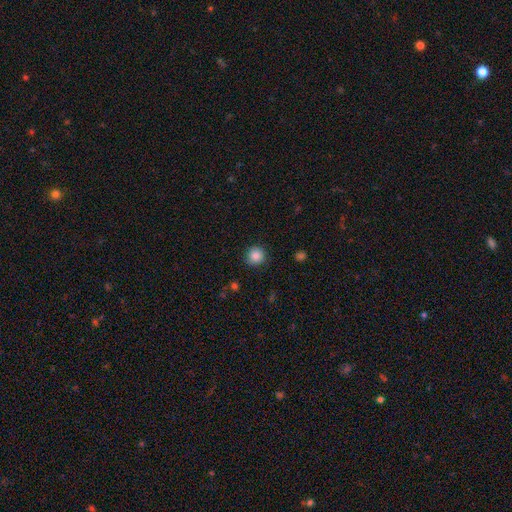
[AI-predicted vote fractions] A smooth galaxy with no disk features (87%) that is round (94%). Merging: none (89%).